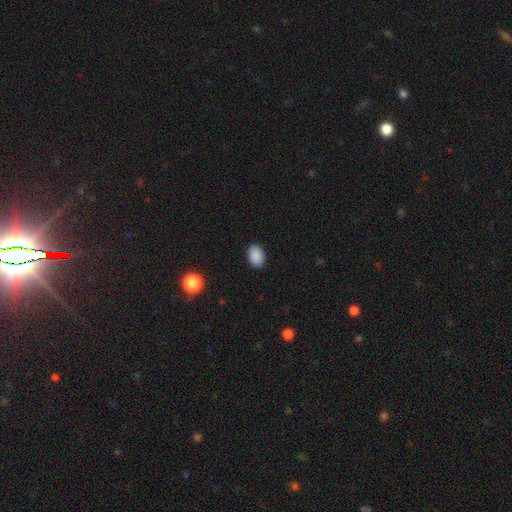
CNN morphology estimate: Smooth or featured?
  - smooth: 89% *
  - star or artifact: 8%
  - featured or disk: 3%
How rounded?
  - in between: 85% *
  - round: 14%
  - cigar-shaped: 1%
Merging?
  - none: 89% *
  - minor disturbance: 8%
  - major disturbance: 2%
  - merger: 1%